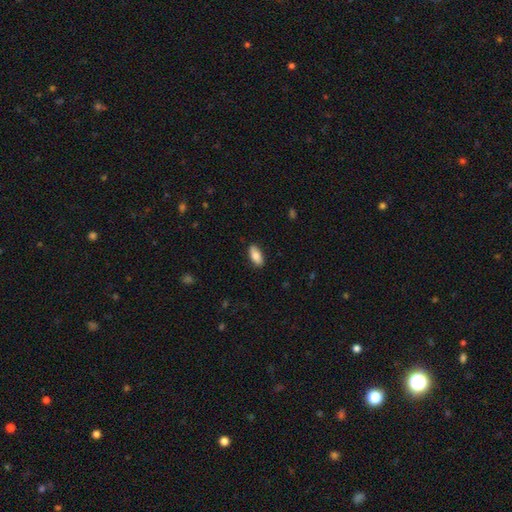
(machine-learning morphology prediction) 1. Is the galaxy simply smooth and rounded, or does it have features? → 80% smooth, 14% featured or disk, 6% star or artifact.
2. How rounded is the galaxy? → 88% in between, 10% cigar-shaped, 3% round.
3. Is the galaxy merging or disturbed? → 88% none, 9% minor disturbance, 2% major disturbance, 1% merger.